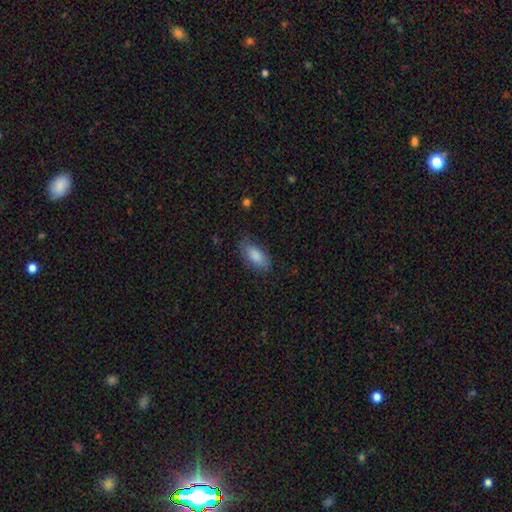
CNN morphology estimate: Smooth or featured? Predicted: smooth (p=0.83). How rounded? Predicted: in between (p=0.91). Merging? Predicted: none (p=0.69).